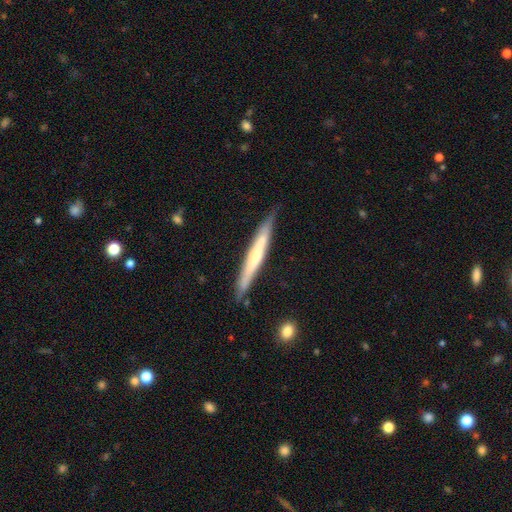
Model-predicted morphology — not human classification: Q: Smooth or featured?
A: featured or disk (59%); runner-up: smooth (35%)
Q: Edge-on disk?
A: yes (95%); runner-up: no (5%)
Q: Edge-on bulge?
A: rounded (53%); runner-up: none (39%)
Q: Merging?
A: none (86%); runner-up: minor disturbance (11%)